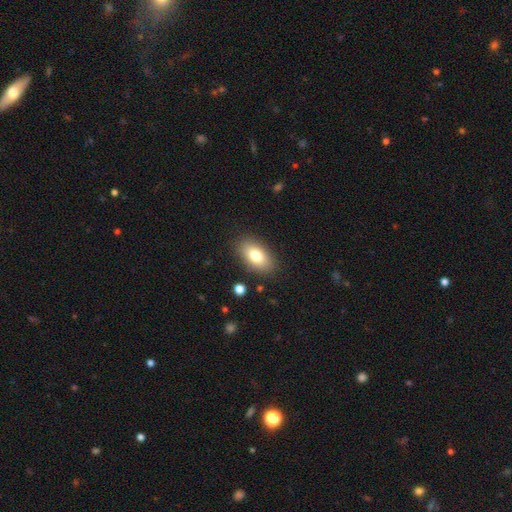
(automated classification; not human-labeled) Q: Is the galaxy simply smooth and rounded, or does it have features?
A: smooth — 78%.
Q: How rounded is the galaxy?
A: in between — 91%.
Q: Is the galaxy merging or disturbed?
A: none — 86%.